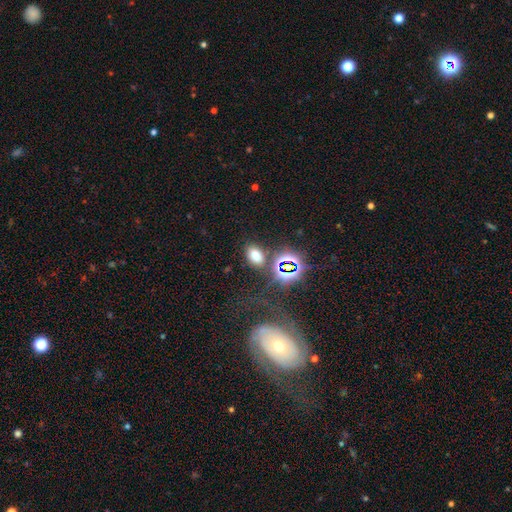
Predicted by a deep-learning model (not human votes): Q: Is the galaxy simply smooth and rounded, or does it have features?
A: smooth — 66%.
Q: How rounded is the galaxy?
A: in between — 81%.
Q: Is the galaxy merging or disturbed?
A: none — 78%.